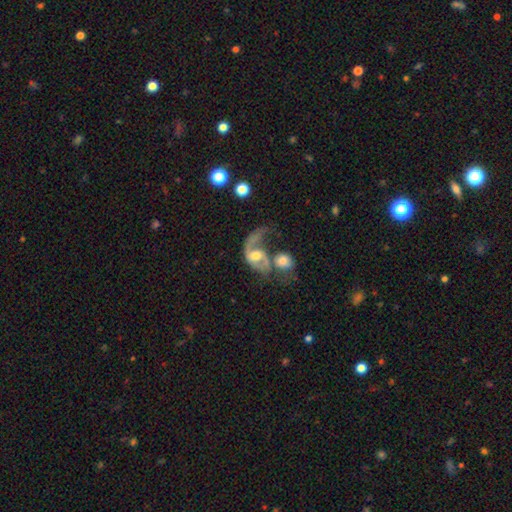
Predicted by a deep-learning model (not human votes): Overall: featured or disk (70%). Edge-on disk: no (96%). Bar: no (56%; weak 34%). Spiral arms: yes (83%). Spiral arm count: 1 (54%; 2 38%). Spiral winding: loose (67%). Bulge size: moderate (62%). Merging: merger (54%; major disturbance 25%).